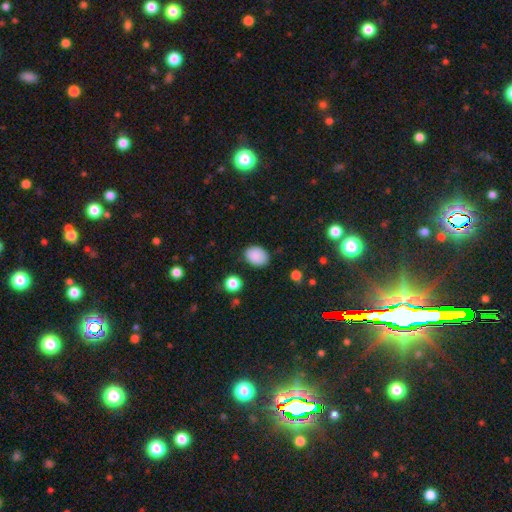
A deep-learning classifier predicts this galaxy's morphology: smooth_or_featured: smooth (p=0.87) [alt: star or artifact p=0.09]
how_rounded: in between (p=0.71) [alt: round p=0.28]
merging: none (p=0.81) [alt: minor disturbance p=0.14]